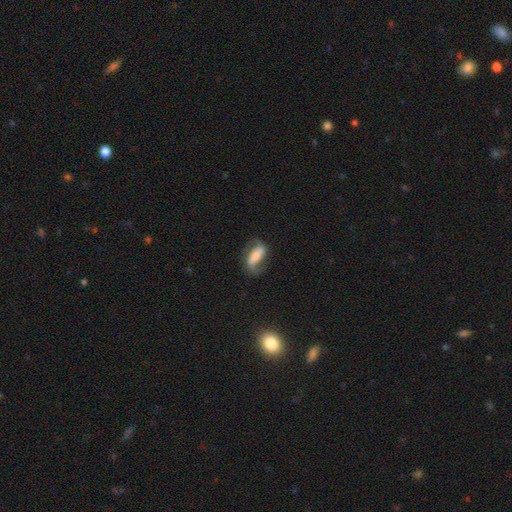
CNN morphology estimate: featured or disk 69%, smooth 24%, star or artifact 7%. Down the decision tree: edge-on disk — no (92%); bar — strong (56%); spiral arms — yes (88%); spiral arm count — 2 (87%); spiral winding — loose (44%); bulge size — moderate (36%); merging — none (68%).